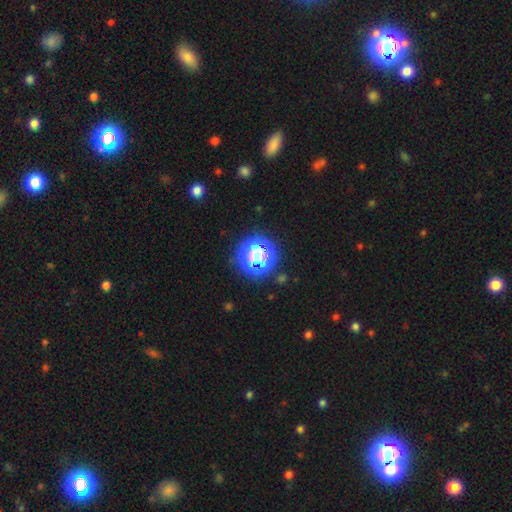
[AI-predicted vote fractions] star or artifact 59%, smooth 31%, featured or disk 10%.